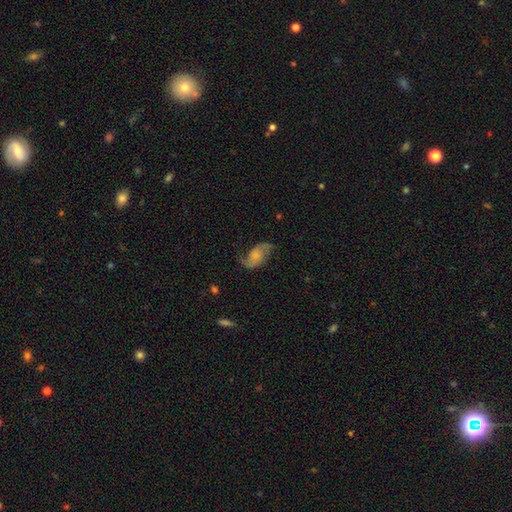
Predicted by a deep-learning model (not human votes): smooth_or_featured: featured or disk (p=0.75) [alt: smooth p=0.18]
disk_edge_on: no (p=0.97) [alt: yes p=0.03]
bar: no (p=0.65) [alt: weak p=0.29]
has_spiral_arms: yes (p=0.94) [alt: no p=0.06]
spiral_winding: loose (p=0.55) [alt: medium p=0.34]
spiral_arm_count: 2 (p=0.90) [alt: 1 p=0.04]
bulge_size: small (p=0.47) [alt: moderate p=0.29]
merging: none (p=0.68) [alt: minor disturbance p=0.20]